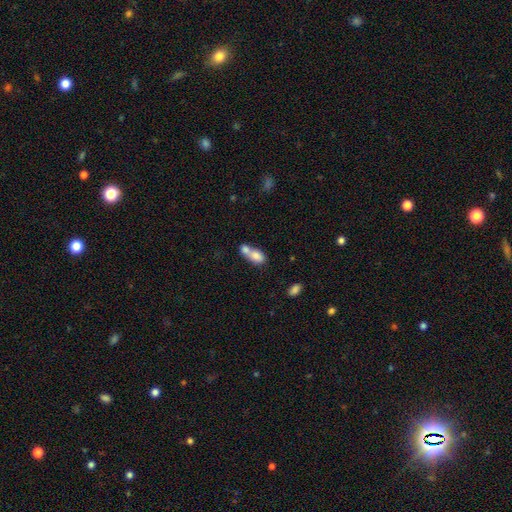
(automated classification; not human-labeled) The model was most divided on "merging": merger: 71%, none: 19%, minor disturbance: 7%, major disturbance: 4%. More confident: how rounded — in between (80%); smooth or featured — smooth (75%).